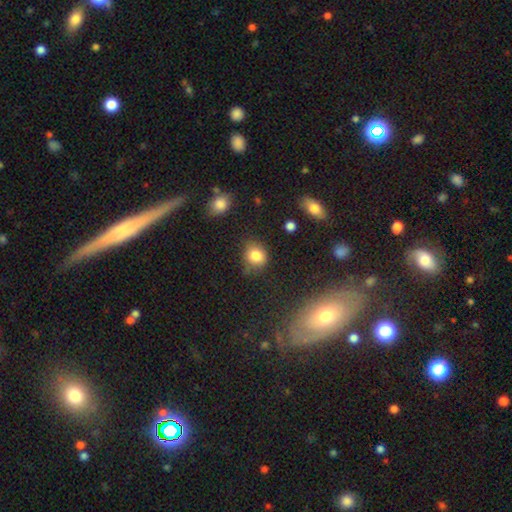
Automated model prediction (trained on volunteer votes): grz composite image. It shows a smooth galaxy with no disk features (81%) that is round (68%). Merging: none (69%).